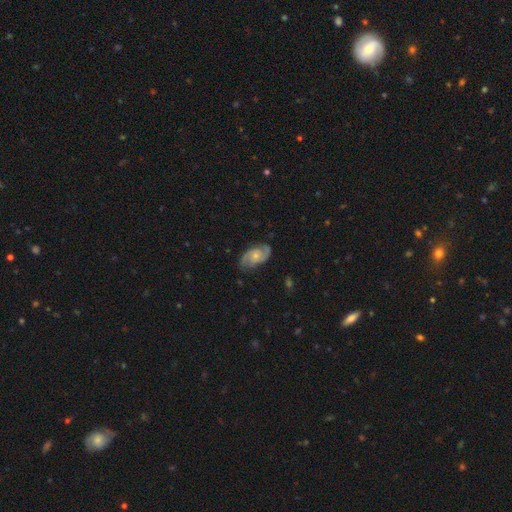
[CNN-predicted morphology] featured or disk 82%, smooth 12%, star or artifact 5%. Down the decision tree: edge-on disk — no (97%); bar — no (65%); spiral arms — yes (96%); spiral arm count — 2 (89%); spiral winding — medium (51%); bulge size — small (57%); merging — none (78%).